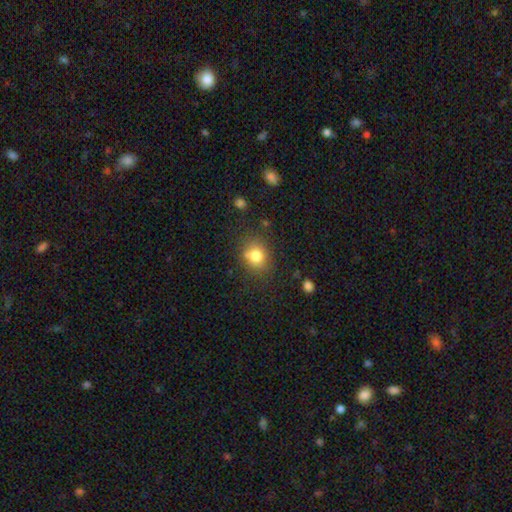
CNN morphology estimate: Overall: smooth (78%). How rounded: round (66%; in between 33%). Merging: none (73%).